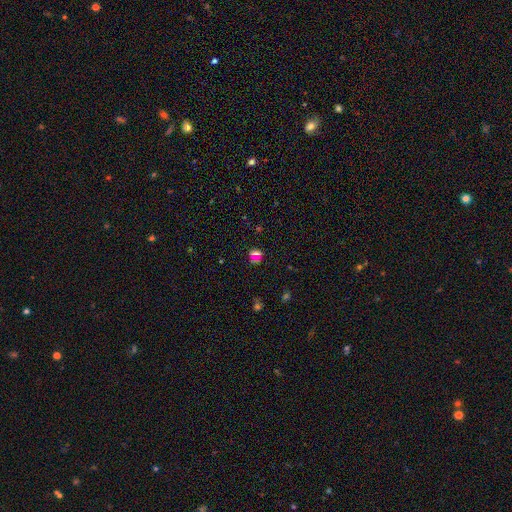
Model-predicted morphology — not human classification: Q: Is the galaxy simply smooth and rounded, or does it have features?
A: smooth — 67%.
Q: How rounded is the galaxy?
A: round — 73%.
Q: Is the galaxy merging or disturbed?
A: none — 60%.